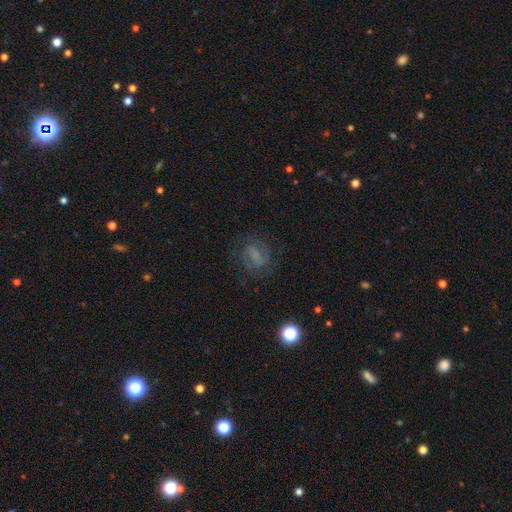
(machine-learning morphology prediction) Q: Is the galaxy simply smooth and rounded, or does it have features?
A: featured or disk — 42%.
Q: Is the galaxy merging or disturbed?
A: none — 71%.